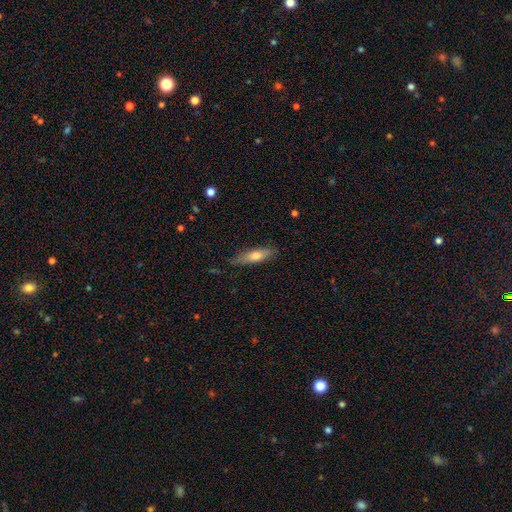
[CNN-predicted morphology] Smooth or featured? smooth (67%)
How rounded? cigar-shaped (64%)
Merging? none (77%)